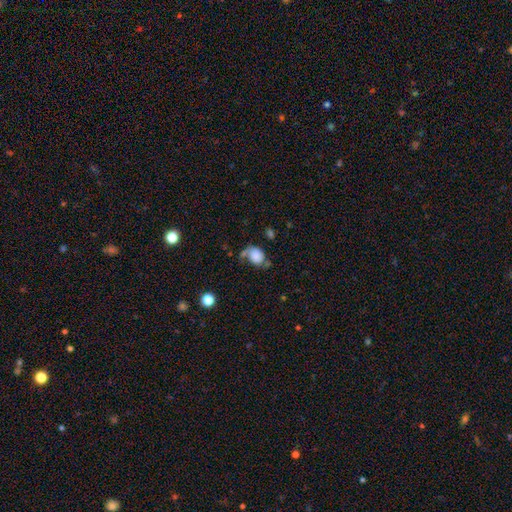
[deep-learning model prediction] A smooth galaxy with no disk features (75%) that is in between round and cigar-shaped (57%).

Vote fractions:
- Smooth or featured? smooth: 75% / featured or disk: 16% / star or artifact: 10%
- How rounded? in between: 57% / round: 42% / cigar-shaped: 1%
- Merging? none: 37% / minor disturbance: 27% / major disturbance: 21% / merger: 15%